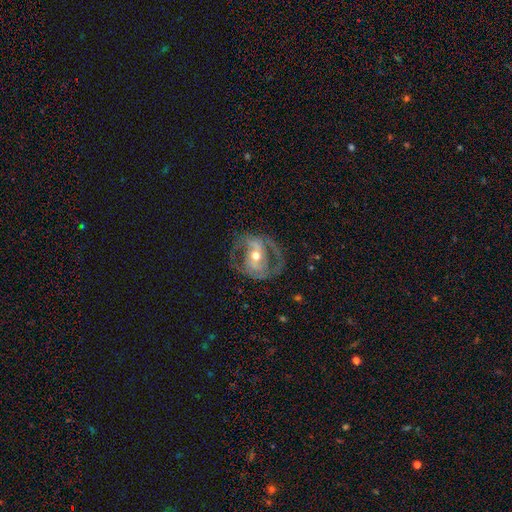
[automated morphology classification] Q: Smooth or featured?
A: featured or disk (83%); runner-up: smooth (12%)
Q: Edge-on disk?
A: no (96%); runner-up: yes (4%)
Q: Bar?
A: weak (35%); runner-up: strong (34%)
Q: Spiral arms?
A: yes (81%); runner-up: no (19%)
Q: Spiral winding?
A: medium (50%); runner-up: tight (27%)
Q: Spiral arm count?
A: 2 (81%); runner-up: can't tell (9%)
Q: Bulge size?
A: moderate (71%); runner-up: small (20%)
Q: Merging?
A: none (65%); runner-up: major disturbance (17%)